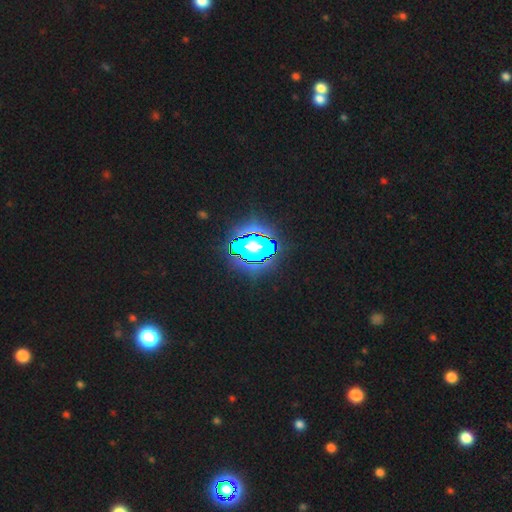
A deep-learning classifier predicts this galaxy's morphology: This appears to be a star or artifact, not a galaxy (80%).